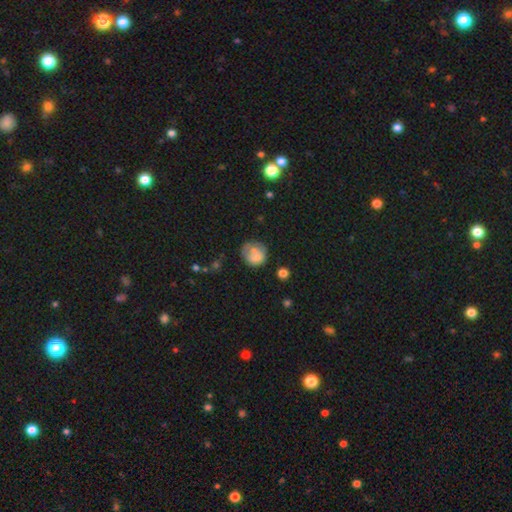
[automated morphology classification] This is likely a smooth galaxy (66%). How rounded: clearly round (82%). Merging: possibly none (53%).